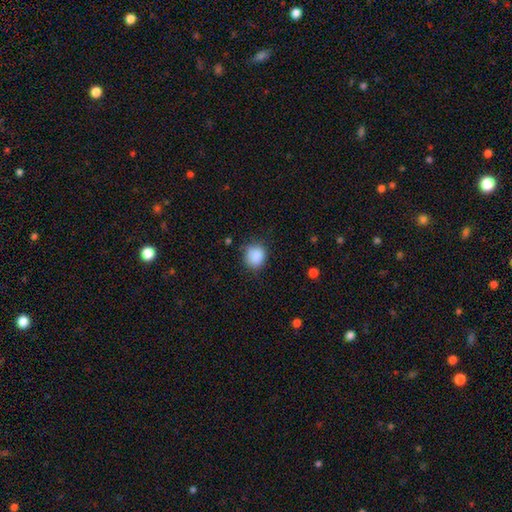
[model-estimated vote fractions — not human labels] A smooth galaxy with no disk features (88%) that is round (81%). Merging: none (79%).